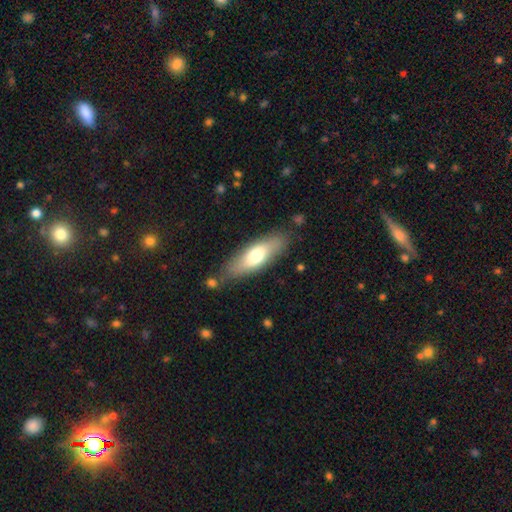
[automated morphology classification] Q: Smooth or featured?
A: smooth (65%); runner-up: featured or disk (29%)
Q: How rounded?
A: in between (55%); runner-up: cigar-shaped (43%)
Q: Merging?
A: none (77%); runner-up: minor disturbance (15%)